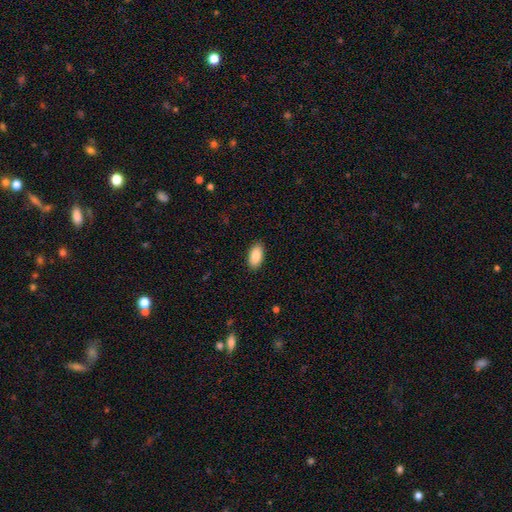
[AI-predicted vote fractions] A smooth galaxy with no disk features (85%) that is in between round and cigar-shaped (94%).

Vote fractions:
- Smooth or featured? smooth: 85% / featured or disk: 8% / star or artifact: 7%
- How rounded? in between: 94% / cigar-shaped: 3% / round: 3%
- Merging? none: 90% / minor disturbance: 8% / major disturbance: 2% / merger: 1%